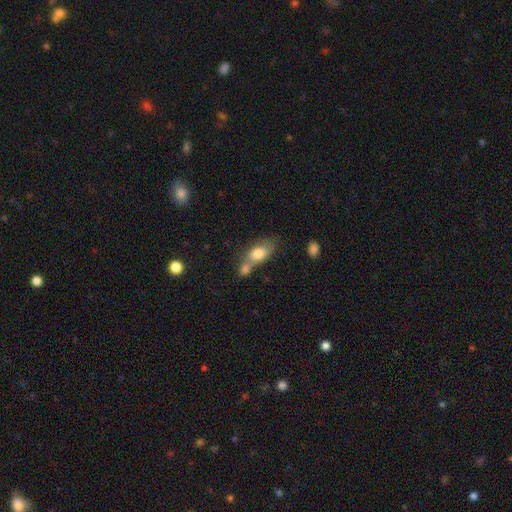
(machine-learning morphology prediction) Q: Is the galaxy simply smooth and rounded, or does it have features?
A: smooth — 75%.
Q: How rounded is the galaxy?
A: in between — 81%.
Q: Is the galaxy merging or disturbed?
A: merger — 46%.